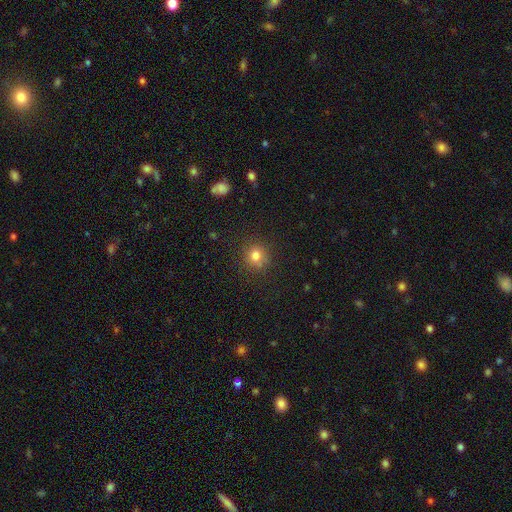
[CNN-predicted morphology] The model was most divided on "smooth or featured": smooth: 79%, star or artifact: 14%, featured or disk: 7%. More confident: how rounded — round (88%); merging — none (85%).